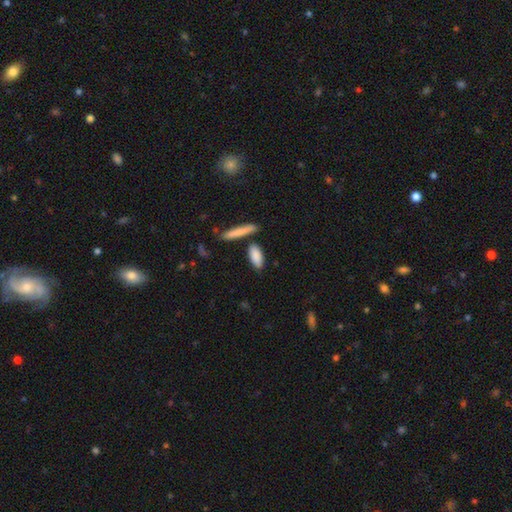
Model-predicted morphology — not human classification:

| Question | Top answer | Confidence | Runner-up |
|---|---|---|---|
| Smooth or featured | smooth | 86% | featured or disk (8%) |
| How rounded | in between | 70% | cigar-shaped (27%) |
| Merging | none | 76% | minor disturbance (12%) |